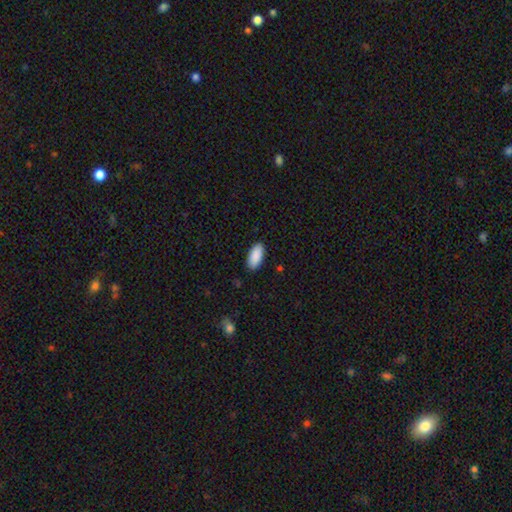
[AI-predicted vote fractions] Q: Smooth or featured?
A: smooth (91%); runner-up: star or artifact (6%)
Q: How rounded?
A: in between (92%); runner-up: cigar-shaped (6%)
Q: Merging?
A: none (89%); runner-up: minor disturbance (8%)